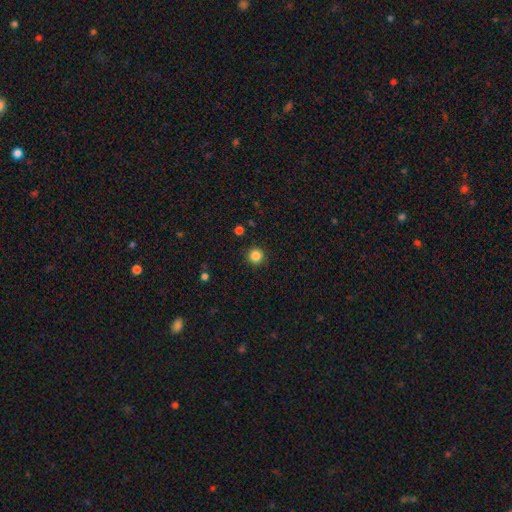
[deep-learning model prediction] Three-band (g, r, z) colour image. It shows a smooth galaxy with no disk features (85%) that is round (96%). Merging: none (91%).